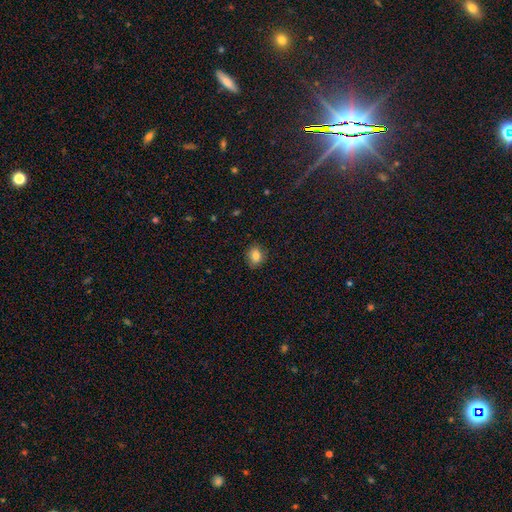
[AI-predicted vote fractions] Overall: smooth (82%). How rounded: round (55%; in between 43%). Merging: none (84%).